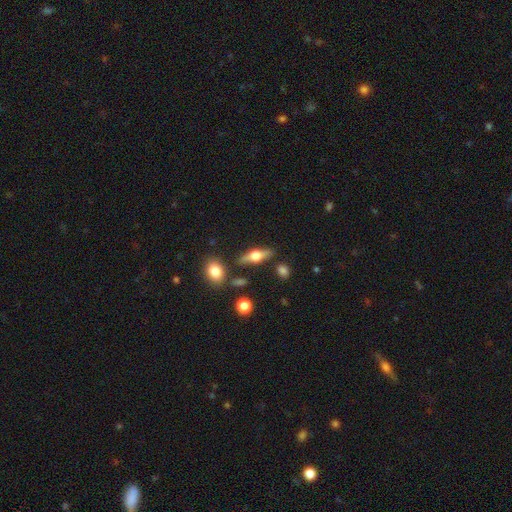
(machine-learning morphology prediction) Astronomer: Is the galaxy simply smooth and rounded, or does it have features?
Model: featured or disk — 57% (runner-up: smooth, 35%).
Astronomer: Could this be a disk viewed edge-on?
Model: yes — 91%.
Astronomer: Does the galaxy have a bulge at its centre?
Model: rounded — 95%.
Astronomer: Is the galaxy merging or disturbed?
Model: none — 81%.